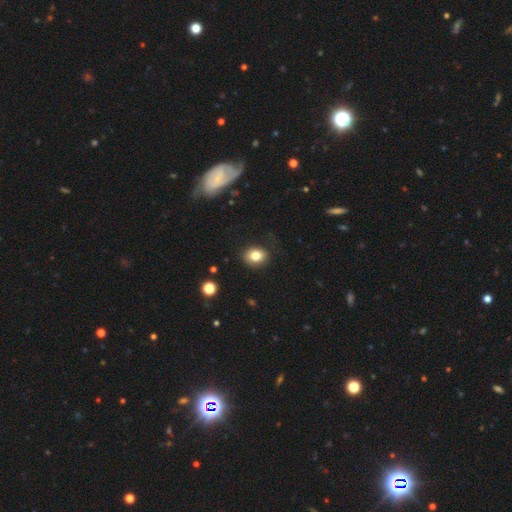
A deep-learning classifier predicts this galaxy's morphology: This is clearly a smooth galaxy (82%). How rounded: possibly round (52%). Merging: clearly none (83%).